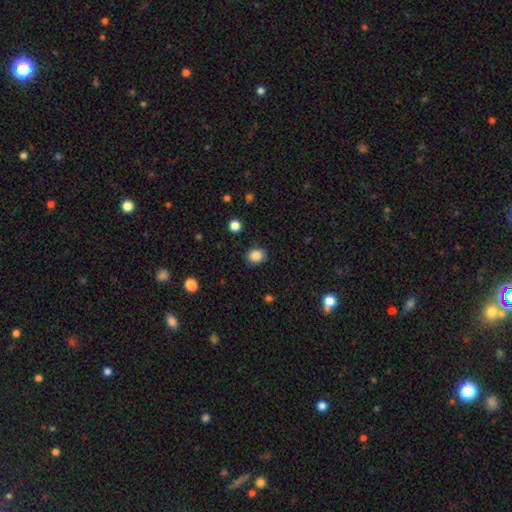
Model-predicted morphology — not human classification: Smooth or featured? Predicted: smooth (p=0.86). How rounded? Predicted: round (p=0.73). Merging? Predicted: none (p=0.88).